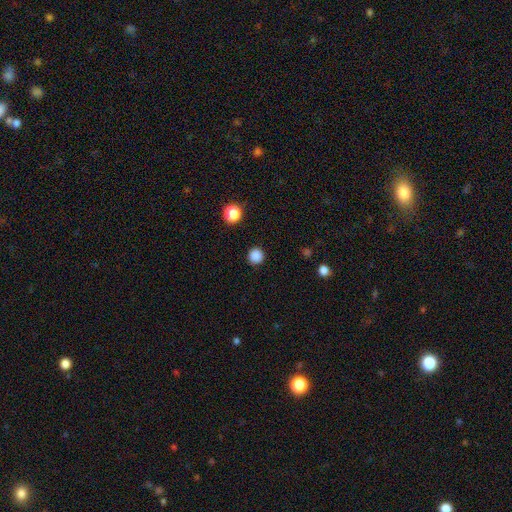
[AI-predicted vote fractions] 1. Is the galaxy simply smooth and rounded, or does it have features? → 86% smooth, 12% star or artifact, 2% featured or disk.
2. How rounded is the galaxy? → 95% round, 4% in between, 1% cigar-shaped.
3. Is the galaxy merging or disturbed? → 91% none, 5% minor disturbance, 2% major disturbance, 1% merger.